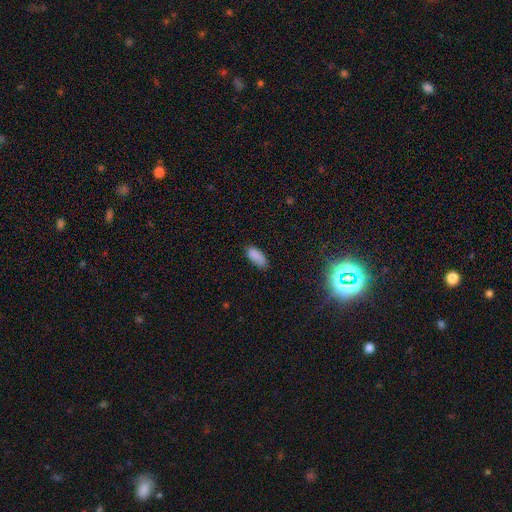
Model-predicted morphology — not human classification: This appears to be a smooth galaxy with no disk features (87%) that is in between round and cigar-shaped (85%). Merging: none (76%).